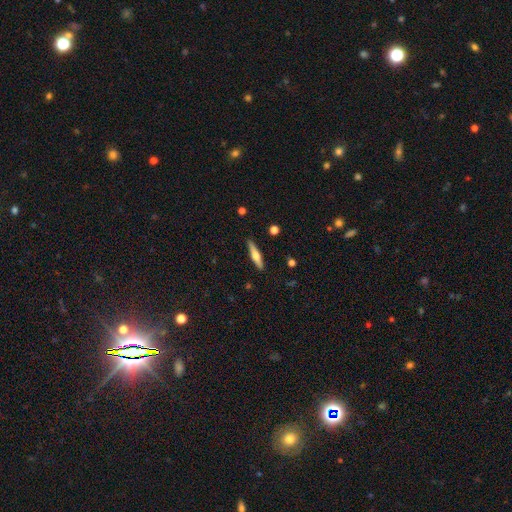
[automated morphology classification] featured or disk 52%, smooth 42%, star or artifact 6%. Down the decision tree: edge-on disk — yes (95%); merging — none (89%).